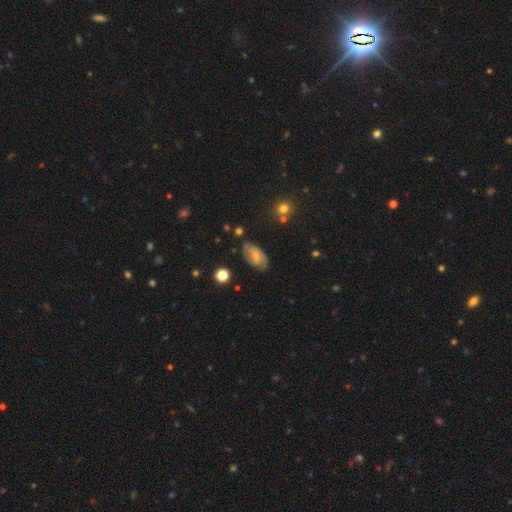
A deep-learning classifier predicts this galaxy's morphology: Smooth or featured? Predicted: featured or disk (p=0.63). Edge-on disk? Predicted: no (p=0.95). Bar? Predicted: no (p=0.48). Spiral arms? Predicted: yes (p=0.86). Spiral winding? Predicted: tight (p=0.50). Spiral arm count? Predicted: 2 (p=0.62). Bulge size? Predicted: small (p=0.55). Merging? Predicted: none (p=0.72).